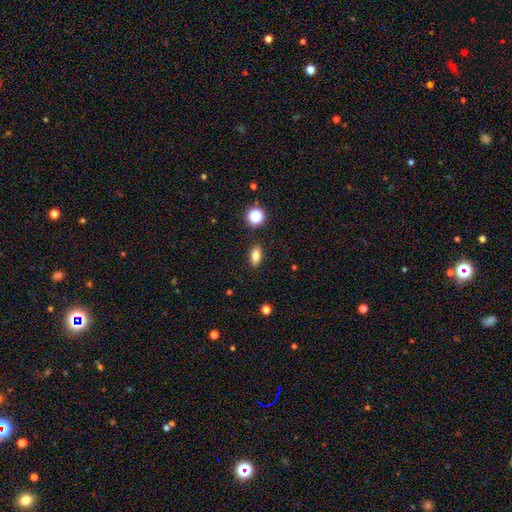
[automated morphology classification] smooth-or-featured: smooth: 79% | star or artifact: 11% | featured or disk: 10%
  how-rounded: in between: 84% | round: 10% | cigar-shaped: 6%
  merging: none: 88% | minor disturbance: 8% | major disturbance: 2% | merger: 2%